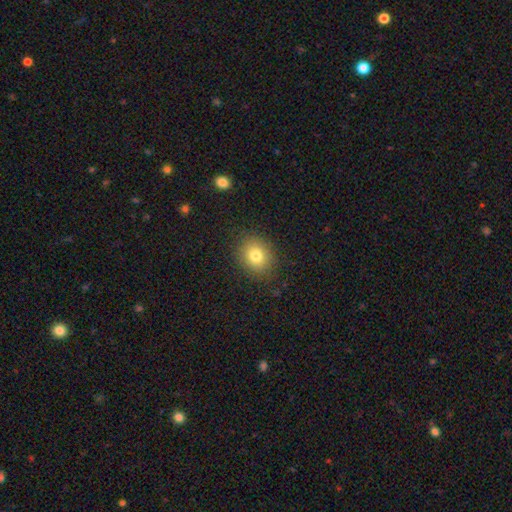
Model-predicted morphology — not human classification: smooth-or-featured: smooth: 79% | star or artifact: 12% | featured or disk: 9%
  how-rounded: round: 64% | in between: 35% | cigar-shaped: 1%
  merging: none: 87% | minor disturbance: 9% | major disturbance: 3% | merger: 1%